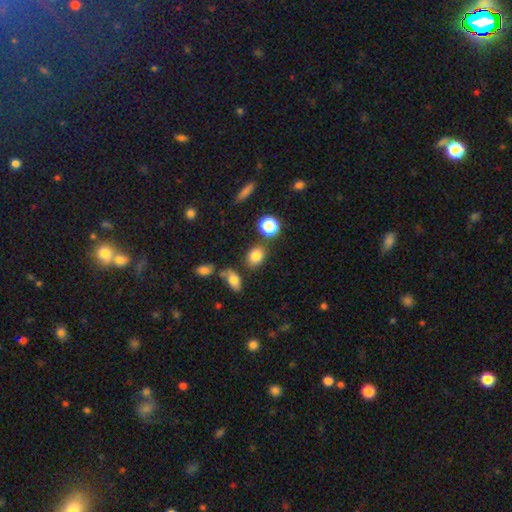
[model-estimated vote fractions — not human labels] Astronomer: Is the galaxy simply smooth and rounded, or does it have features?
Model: smooth — 81%.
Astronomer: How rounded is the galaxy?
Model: in between — 55% (runner-up: round, 44%).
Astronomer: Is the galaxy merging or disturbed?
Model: none — 77%.